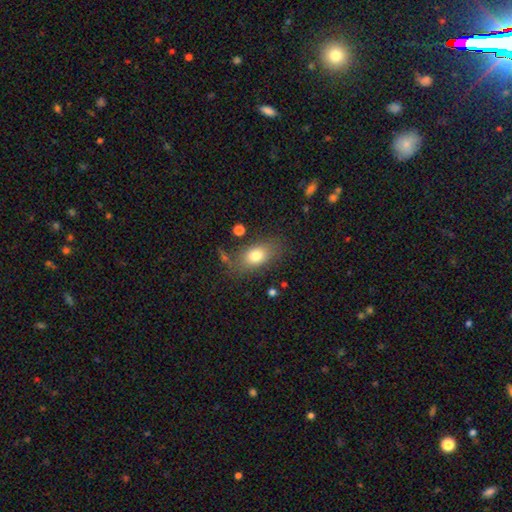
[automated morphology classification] Overall: smooth (77%). How rounded: in between (84%). Merging: none (73%).